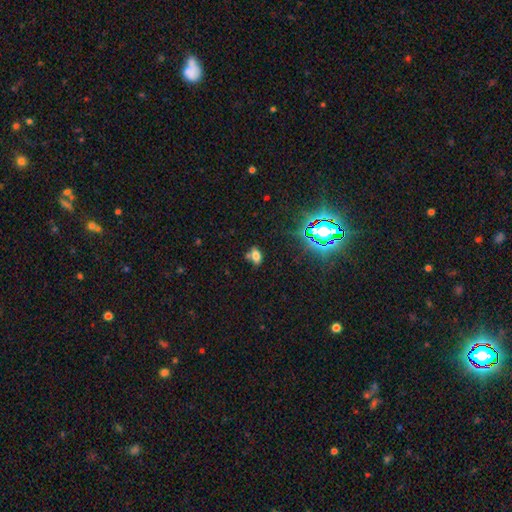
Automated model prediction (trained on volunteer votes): Smooth or featured?
  - smooth: 67% *
  - star or artifact: 22%
  - featured or disk: 11%
How rounded?
  - in between: 85% *
  - round: 11%
  - cigar-shaped: 4%
Merging?
  - none: 61% *
  - merger: 21%
  - minor disturbance: 14%
  - major disturbance: 5%